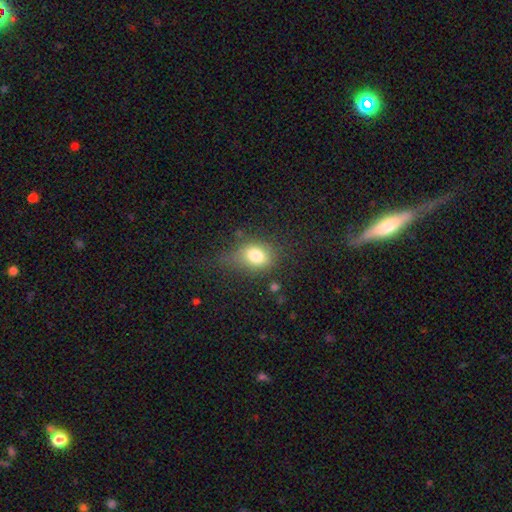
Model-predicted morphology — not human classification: Smooth or featured: smooth — 78% (featured or disk — 11%)
How rounded: in between — 65% (round — 33%)
Merging: none — 52% (minor disturbance — 28%)